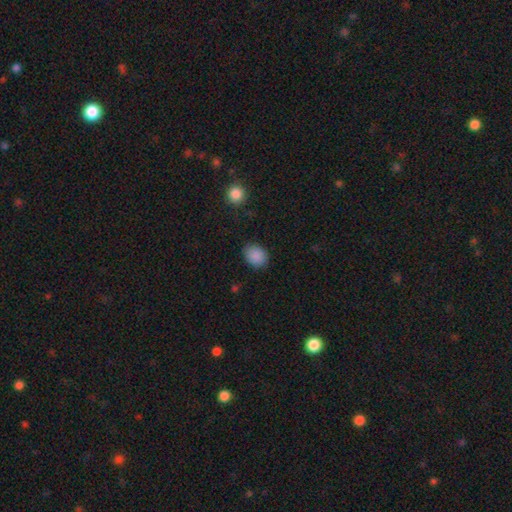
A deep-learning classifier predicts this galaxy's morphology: Q: Smooth or featured?
A: smooth (88%); runner-up: star or artifact (8%)
Q: How rounded?
A: in between (53%); runner-up: round (46%)
Q: Merging?
A: none (83%); runner-up: minor disturbance (12%)